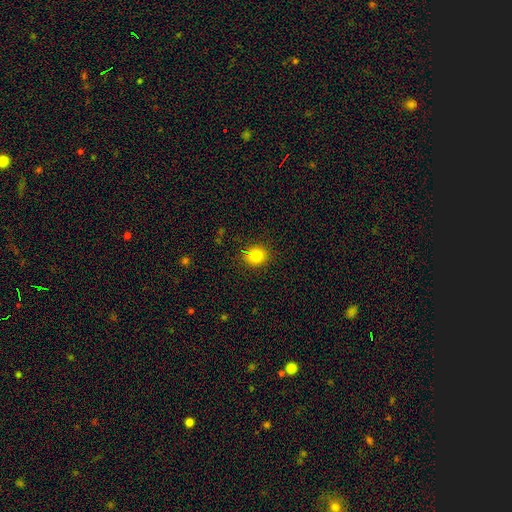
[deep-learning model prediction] Smooth or featured? Predicted: smooth (p=0.82). How rounded? Predicted: round (p=0.76). Merging? Predicted: none (p=0.88).